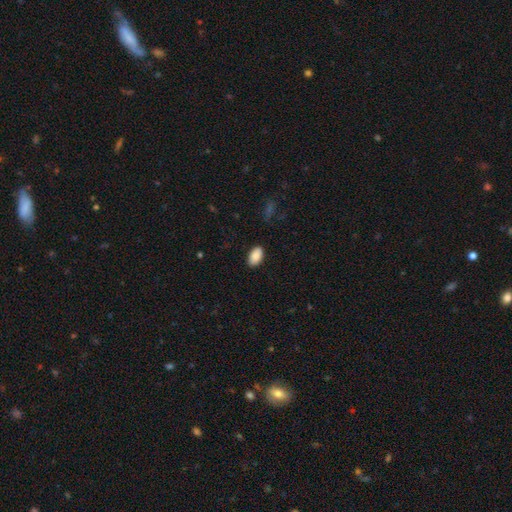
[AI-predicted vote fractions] Morphology: type=smooth (89%); roundness=in between (94%); merging=none (87%).